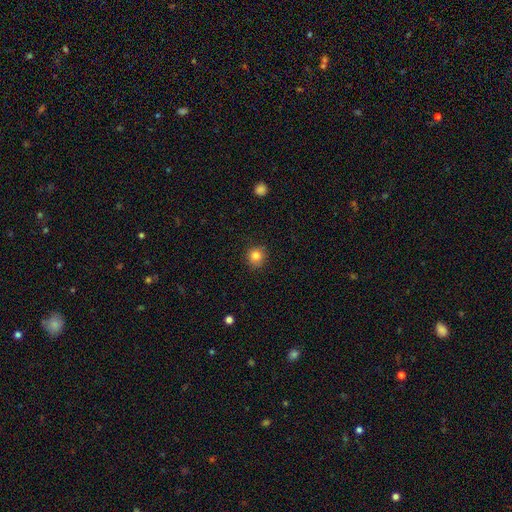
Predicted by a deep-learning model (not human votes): A smooth galaxy with no disk features (84%) that is round (92%). Merging: none (88%).